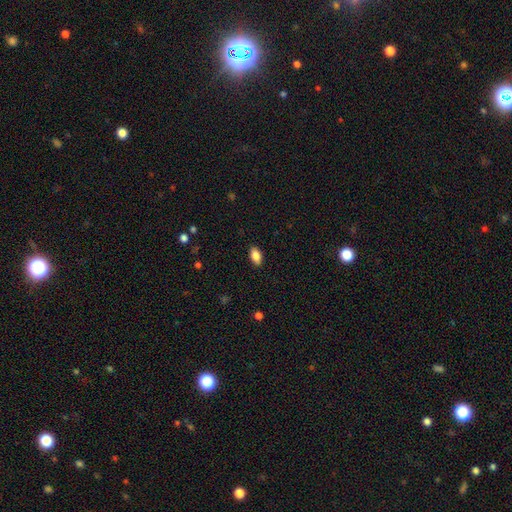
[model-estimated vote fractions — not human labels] This is clearly a smooth galaxy (84%). How rounded: clearly in between (91%). Merging: clearly none (89%).